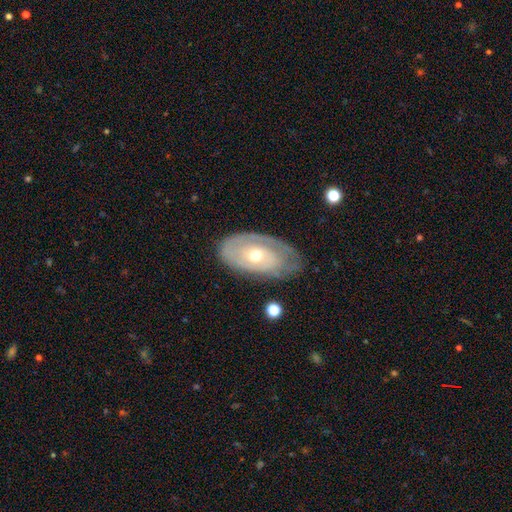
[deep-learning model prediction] Overall: featured or disk (71%). Edge-on disk: no (93%). Bar: no (80%). Spiral arms: yes (68%; no 32%). Bulge size: moderate (53%; small 43%). Merging: none (69%).